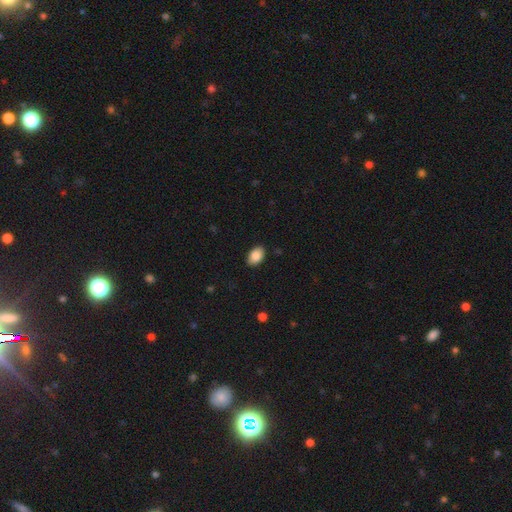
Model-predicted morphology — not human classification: Smooth or featured: smooth — 87% (star or artifact — 7%)
How rounded: in between — 87% (round — 12%)
Merging: none — 88% (minor disturbance — 9%)